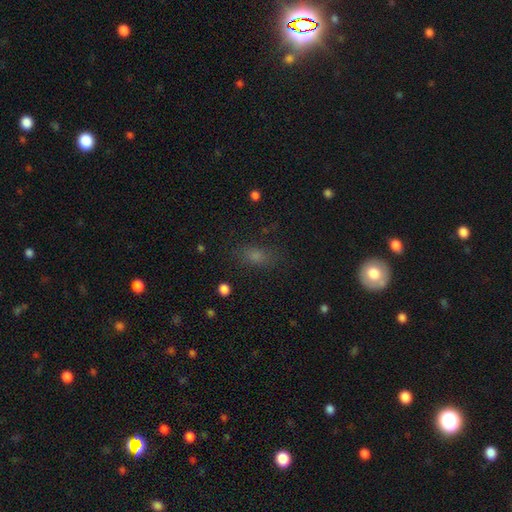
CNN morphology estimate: The model was most divided on "smooth or featured": smooth: 65%, star or artifact: 23%, featured or disk: 13%. More confident: merging — none (78%); how rounded — in between (74%).